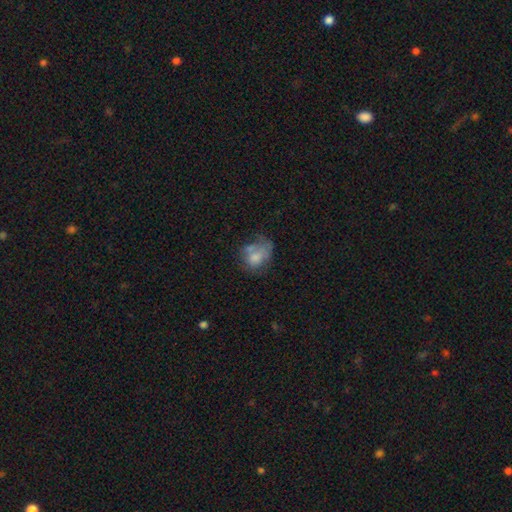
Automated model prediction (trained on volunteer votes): Morphology: type=smooth (63%); roundness=in between (58%); merging=none (33%).